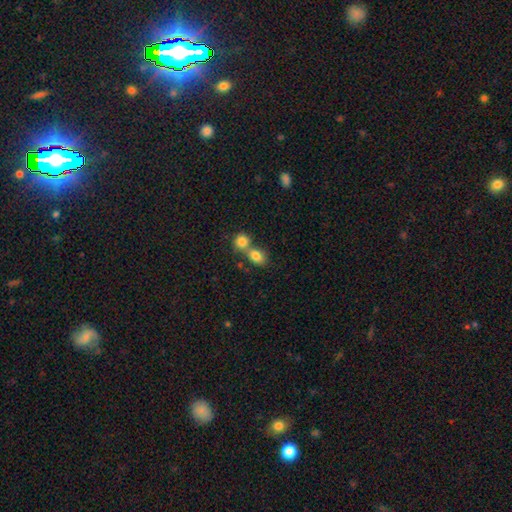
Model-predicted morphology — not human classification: Smooth or featured: smooth — 82% (star or artifact — 10%)
How rounded: in between — 59% (round — 40%)
Merging: merger — 53% (none — 36%)